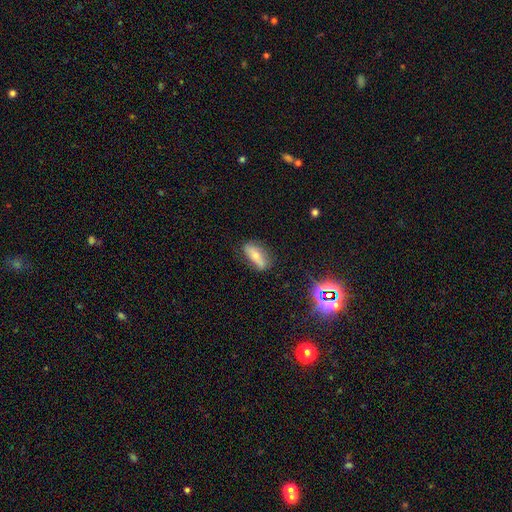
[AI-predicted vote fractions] smooth 56%, featured or disk 34%, star or artifact 10%. Down the decision tree: how rounded — in between (68%); merging — none (76%).